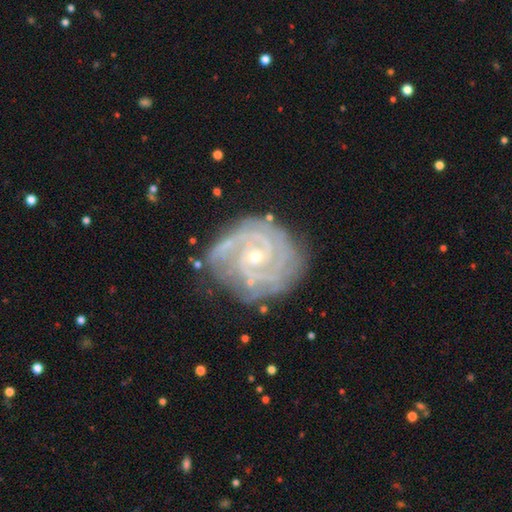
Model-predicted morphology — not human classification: type=featured or disk (91%); edge-on=no (98%); bar=no (63%); spiral arms=yes (98%); winding=tight (76%); arm count=2 (46%); bulge=small (61%); merging=none (71%).